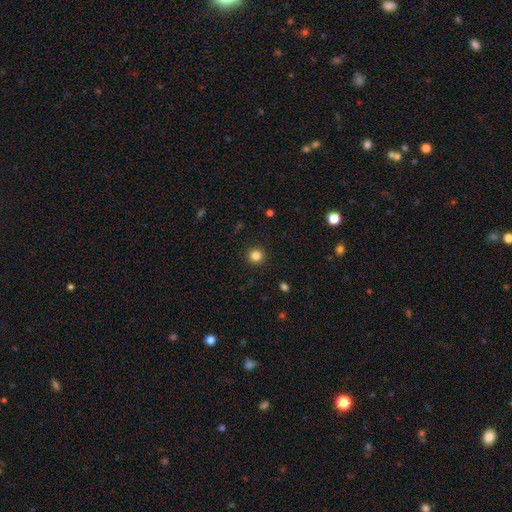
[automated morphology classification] Smooth or featured? Predicted: smooth (p=0.84). How rounded? Predicted: round (p=0.94). Merging? Predicted: none (p=0.92).